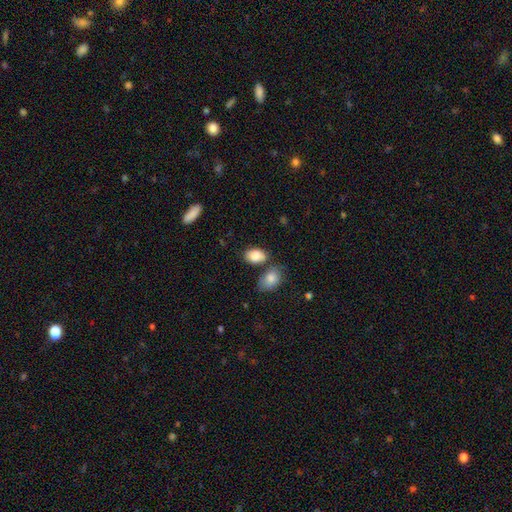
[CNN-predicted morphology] A smooth galaxy with no disk features (85%) that is in between round and cigar-shaped (85%). Merging: none (55%).